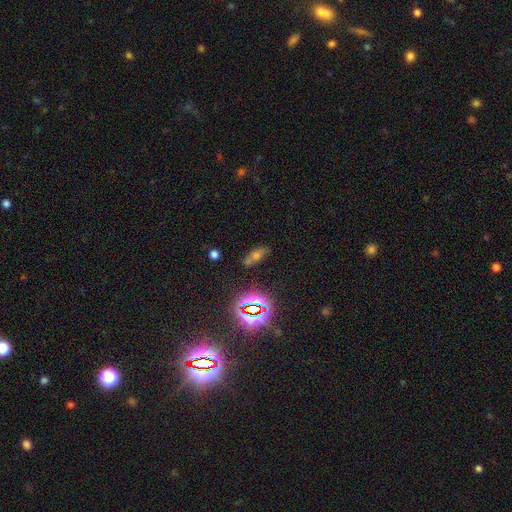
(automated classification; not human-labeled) Morphology: type=star or artifact (46%).